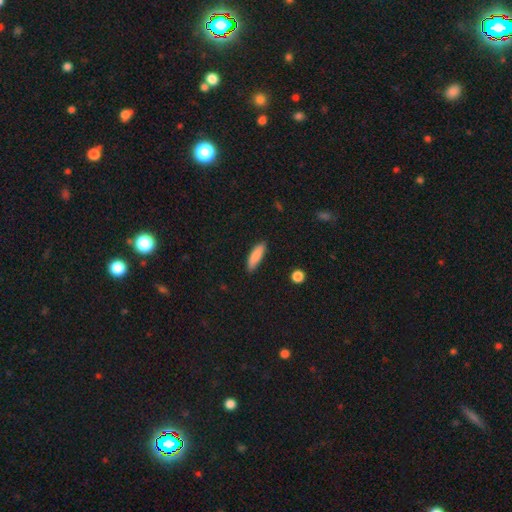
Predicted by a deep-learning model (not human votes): This is clearly a smooth galaxy (86%). How rounded: possibly cigar-shaped (54%). Merging: clearly none (86%).